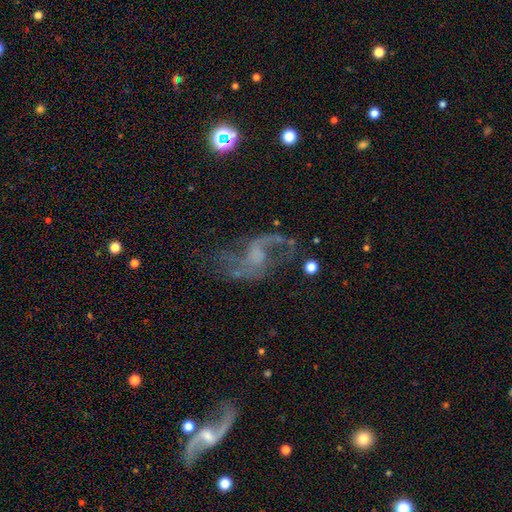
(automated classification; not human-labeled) smooth_or_featured: featured or disk (p=0.77) [alt: star or artifact p=0.12]
disk_edge_on: no (p=0.97) [alt: yes p=0.03]
bar: no (p=0.56) [alt: weak p=0.35]
has_spiral_arms: yes (p=0.83) [alt: no p=0.17]
spiral_winding: loose (p=0.74) [alt: medium p=0.22]
spiral_arm_count: 2 (p=0.83) [alt: can't tell p=0.06]
bulge_size: none (p=0.53) [alt: small p=0.24]
merging: none (p=0.50) [alt: major disturbance p=0.28]